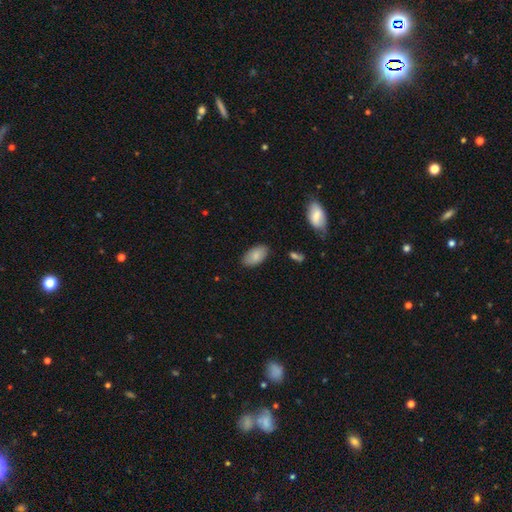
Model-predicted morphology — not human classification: Smooth or featured? smooth (84%)
How rounded? in between (95%)
Merging? none (85%)